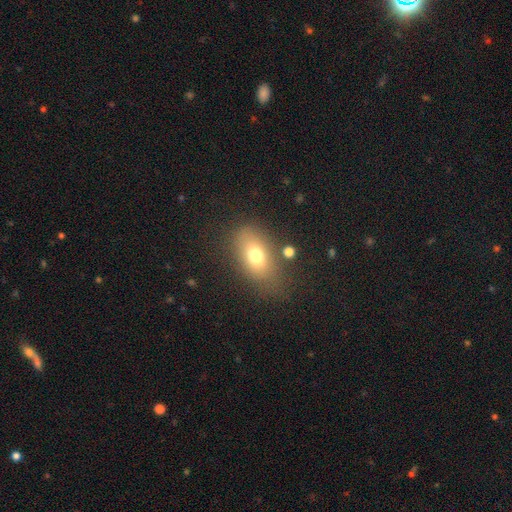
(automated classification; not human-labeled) Smooth or featured? smooth (71%)
How rounded? in between (82%)
Merging? none (70%)